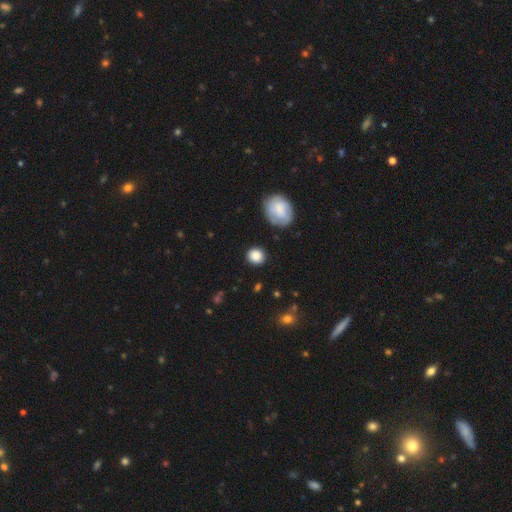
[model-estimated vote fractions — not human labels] smooth_or_featured: smooth (p=0.86) [alt: star or artifact p=0.08]
how_rounded: round (p=0.85) [alt: in between p=0.14]
merging: none (p=0.85) [alt: minor disturbance p=0.10]